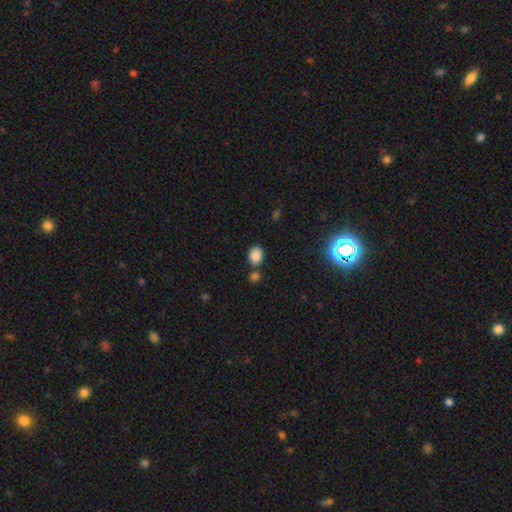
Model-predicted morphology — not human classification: A smooth galaxy with no disk features (86%) that is in between round and cigar-shaped (67%). Merging: none (65%).